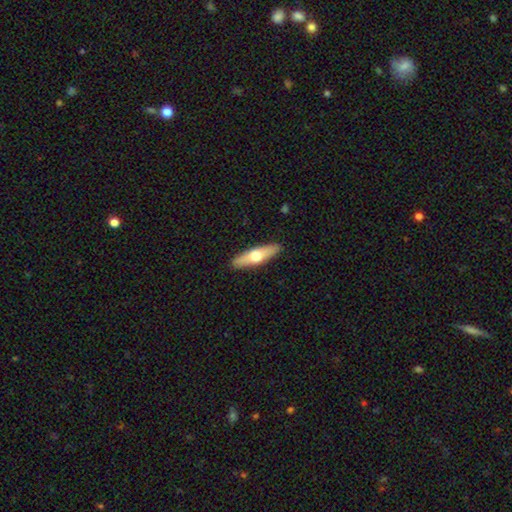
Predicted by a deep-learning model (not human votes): Overall: smooth (52%; featured or disk 43%). How rounded: cigar-shaped (64%; in between 33%). Merging: none (90%).